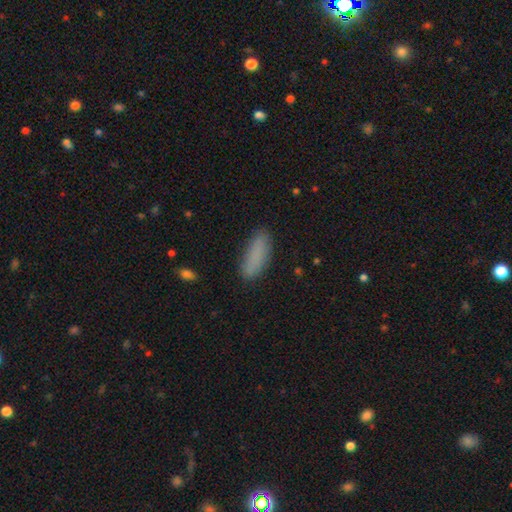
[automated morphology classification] smooth-or-featured: smooth: 86% | star or artifact: 8% | featured or disk: 7%
  how-rounded: in between: 52% | cigar-shaped: 46% | round: 2%
  merging: none: 84% | minor disturbance: 12% | major disturbance: 3% | merger: 1%